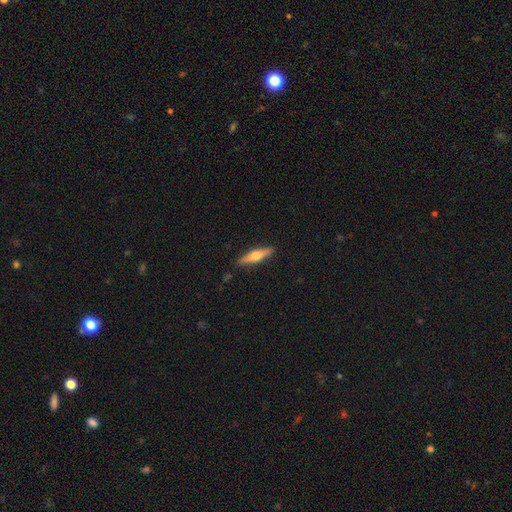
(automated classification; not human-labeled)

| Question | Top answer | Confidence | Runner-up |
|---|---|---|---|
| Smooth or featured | featured or disk | 50% | smooth (45%) |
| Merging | none | 88% | minor disturbance (9%) |